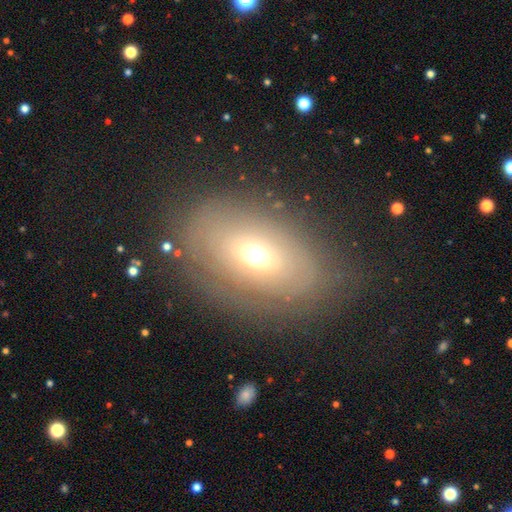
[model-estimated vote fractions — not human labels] Smooth or featured? Predicted: smooth (p=0.47). Merging? Predicted: none (p=0.74).